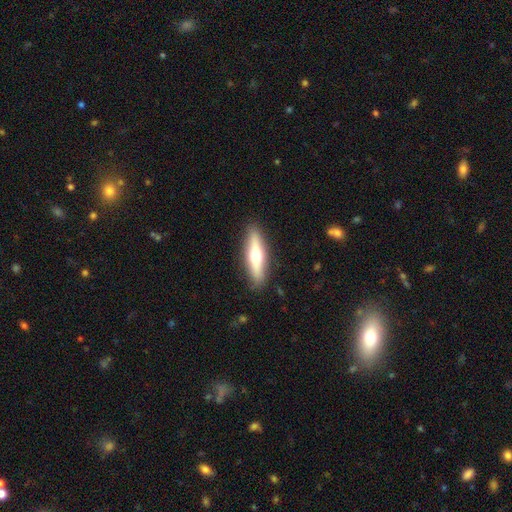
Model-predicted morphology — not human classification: smooth_or_featured: smooth (p=0.48) [alt: featured or disk p=0.46]
merging: none (p=0.89) [alt: minor disturbance p=0.08]